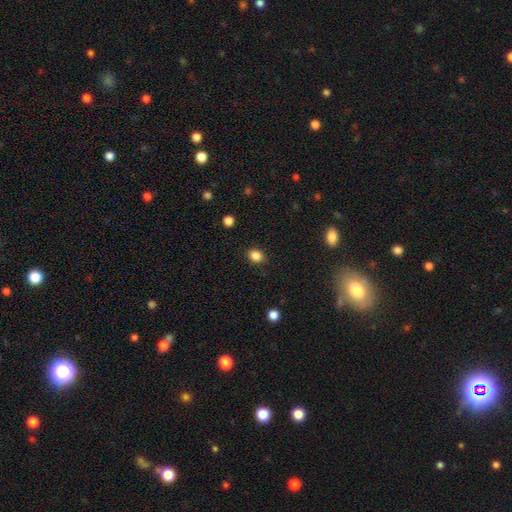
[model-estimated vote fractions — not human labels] This appears to be a smooth galaxy with no disk features (85%) that is round (53%). Merging: none (88%).